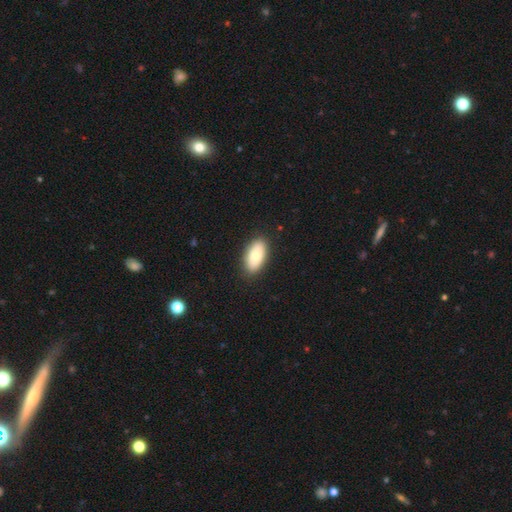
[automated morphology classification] Smooth or featured?
  - smooth: 81% *
  - featured or disk: 13%
  - star or artifact: 6%
How rounded?
  - in between: 93% *
  - cigar-shaped: 4%
  - round: 3%
Merging?
  - none: 89% *
  - minor disturbance: 9%
  - major disturbance: 2%
  - merger: 1%